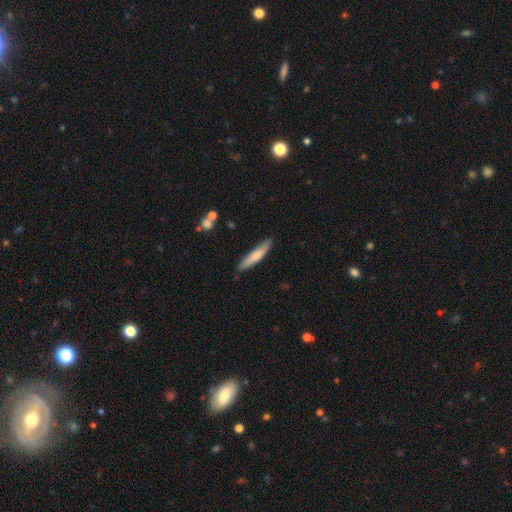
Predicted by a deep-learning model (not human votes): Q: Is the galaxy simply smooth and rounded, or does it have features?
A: smooth — 72%.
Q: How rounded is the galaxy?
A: cigar-shaped — 86%.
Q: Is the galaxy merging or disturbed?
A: none — 82%.